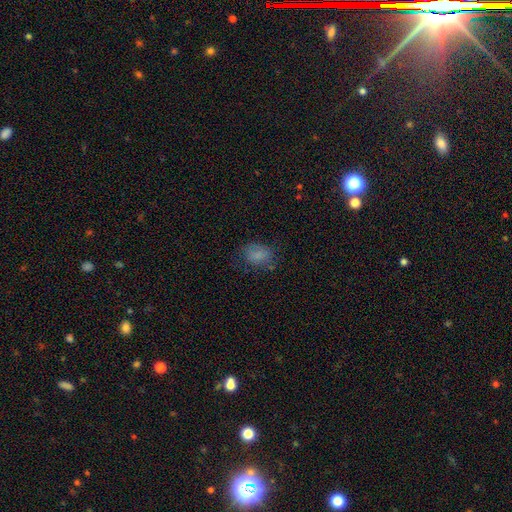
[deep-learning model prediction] A smooth galaxy with no disk features (78%) that is in between round and cigar-shaped (70%). Merging: none (69%).